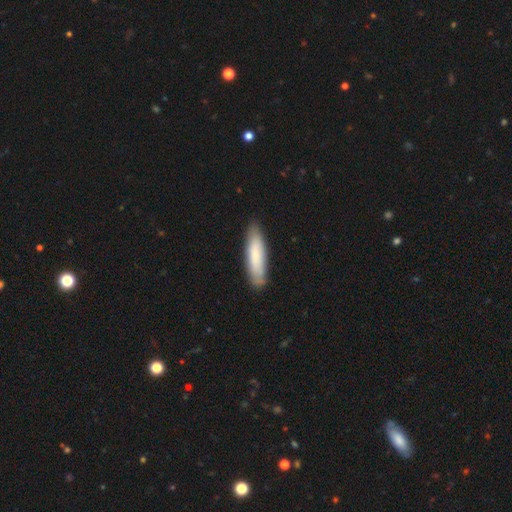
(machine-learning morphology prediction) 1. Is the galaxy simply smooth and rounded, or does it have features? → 76% smooth, 18% featured or disk, 5% star or artifact.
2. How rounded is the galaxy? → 73% cigar-shaped, 26% in between, 1% round.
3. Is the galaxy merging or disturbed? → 84% none, 12% minor disturbance, 2% major disturbance, 1% merger.